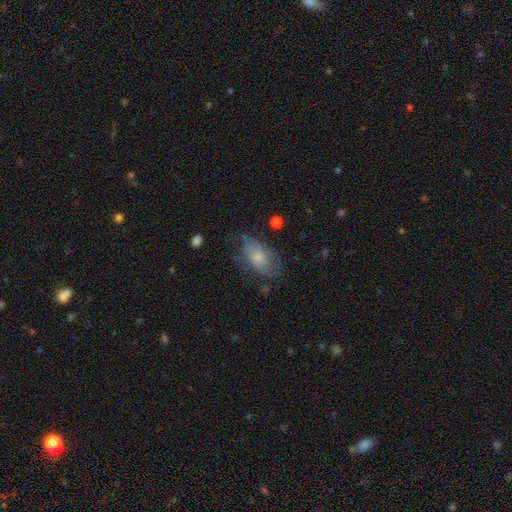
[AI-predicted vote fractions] The model was most divided on "smooth or featured": smooth: 53%, featured or disk: 37%, star or artifact: 9%. More confident: how rounded — in between (89%); merging — none (54%).